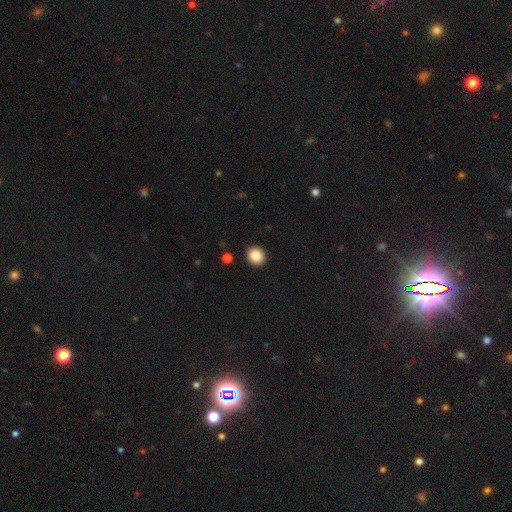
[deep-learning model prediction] Morphology: type=smooth (88%); roundness=round (78%); merging=none (91%).